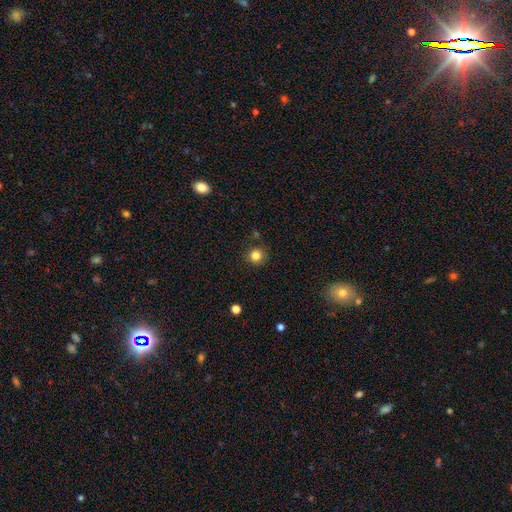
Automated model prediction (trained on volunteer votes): smooth 83%, star or artifact 12%, featured or disk 5%. Down the decision tree: how rounded — round (94%); merging — none (88%).